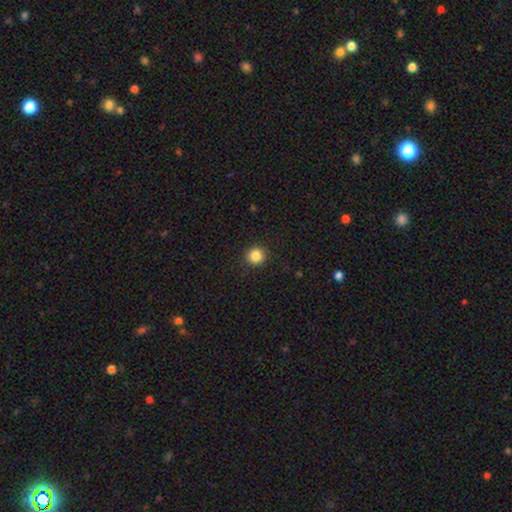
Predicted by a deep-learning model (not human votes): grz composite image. It shows a smooth galaxy with no disk features (86%) that is round (93%). Merging: none (92%).